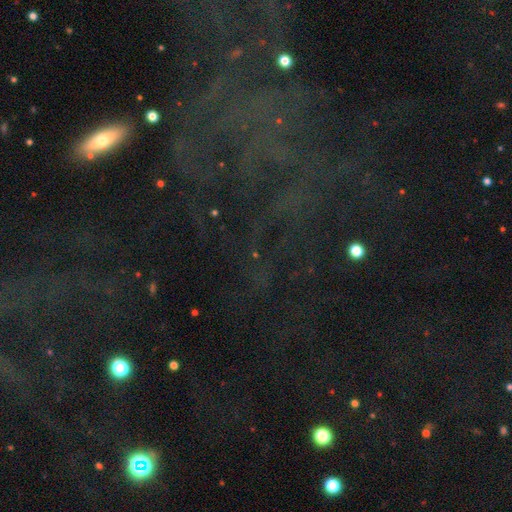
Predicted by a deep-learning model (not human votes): Morphology: type=star or artifact (64%).